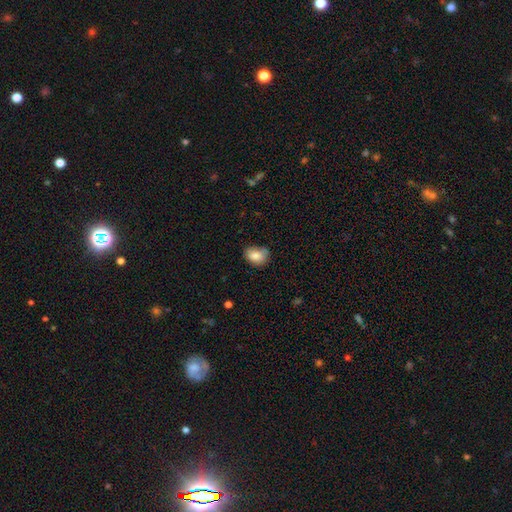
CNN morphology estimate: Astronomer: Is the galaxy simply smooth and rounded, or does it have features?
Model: smooth — 84%.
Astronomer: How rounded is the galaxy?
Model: in between — 63%.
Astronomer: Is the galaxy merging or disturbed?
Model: none — 63%.